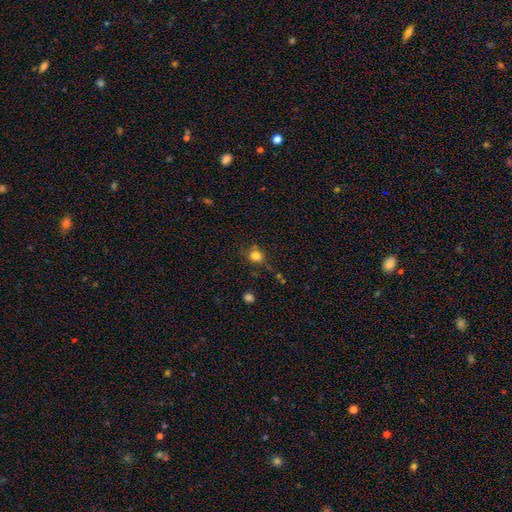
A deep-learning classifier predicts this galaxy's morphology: The model was most divided on "how rounded": round: 64%, in between: 34%, cigar-shaped: 1%. More confident: smooth or featured — smooth (81%); merging — none (69%).